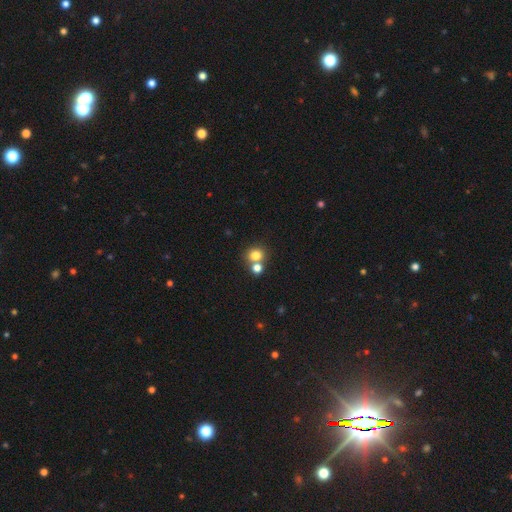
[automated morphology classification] A smooth galaxy with no disk features (78%) that is round (78%).

Vote fractions:
- Smooth or featured? smooth: 78% / star or artifact: 14% / featured or disk: 9%
- How rounded? round: 78% / in between: 21% / cigar-shaped: 1%
- Merging? none: 54% / merger: 36% / minor disturbance: 7% / major disturbance: 3%